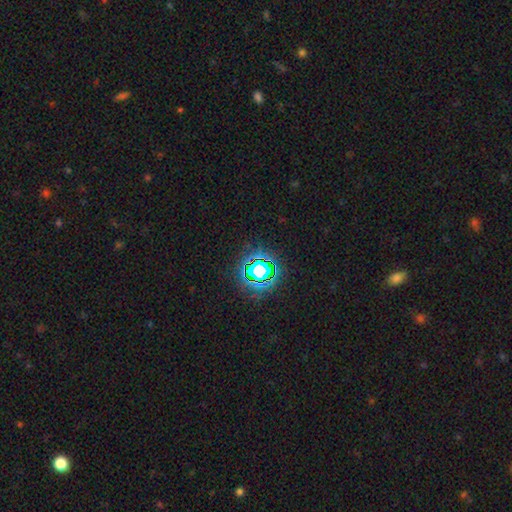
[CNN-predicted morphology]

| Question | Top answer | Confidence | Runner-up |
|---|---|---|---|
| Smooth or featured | star or artifact | 79% | smooth (14%) |